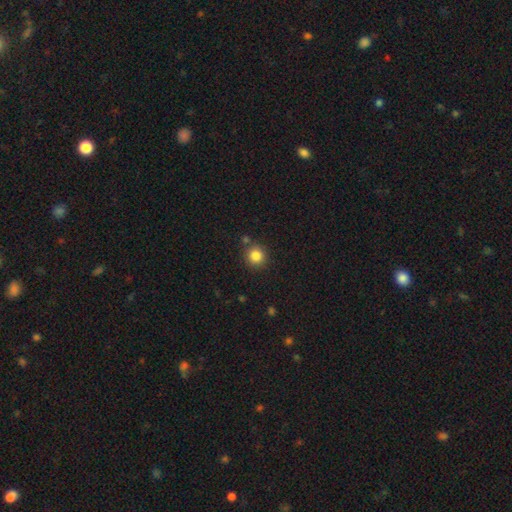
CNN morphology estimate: Q: Smooth or featured?
A: smooth (84%); runner-up: star or artifact (11%)
Q: How rounded?
A: round (91%); runner-up: in between (8%)
Q: Merging?
A: none (83%); runner-up: minor disturbance (8%)